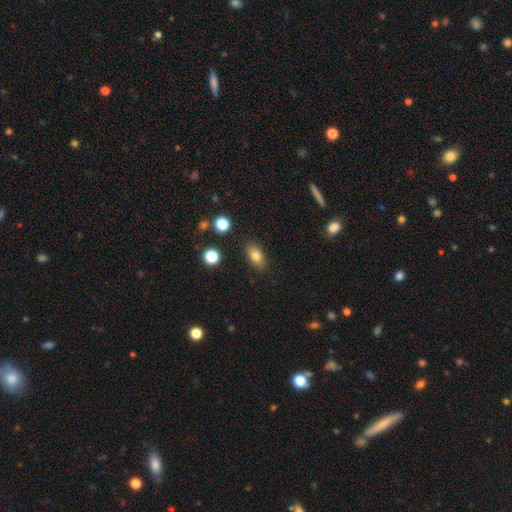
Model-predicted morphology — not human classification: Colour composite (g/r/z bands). It shows a smooth galaxy with no disk features (82%) that is in between round and cigar-shaped (86%). Merging: none (85%).